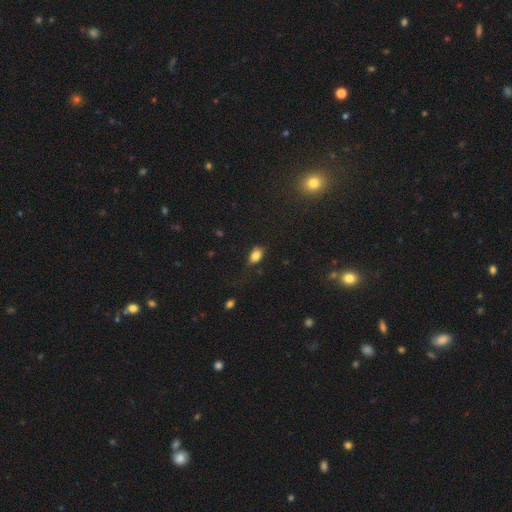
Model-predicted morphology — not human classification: Smooth or featured: smooth — 83% (star or artifact — 10%)
How rounded: in between — 85% (round — 12%)
Merging: none — 67% (minor disturbance — 23%)